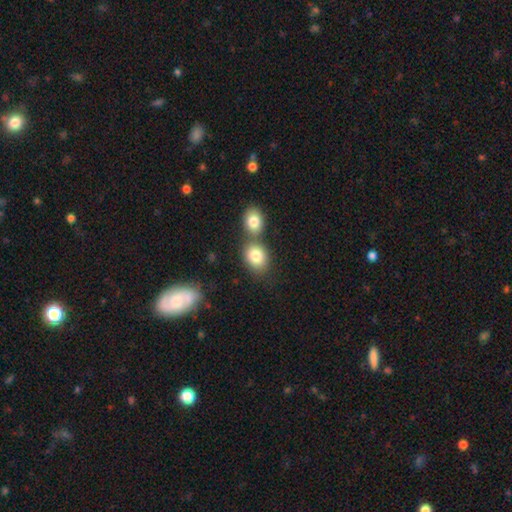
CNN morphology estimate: The model was most divided on "merging": none: 47%, merger: 40%, minor disturbance: 10%, major disturbance: 3%. More confident: smooth or featured — smooth (82%); how rounded — in between (55%).